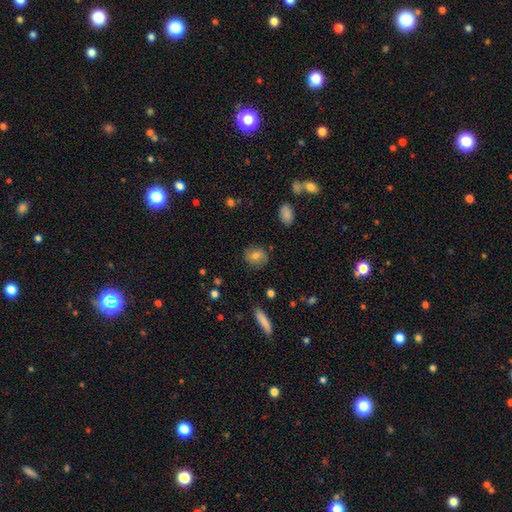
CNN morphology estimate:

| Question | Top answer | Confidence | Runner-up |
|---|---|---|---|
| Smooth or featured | smooth | 73% | featured or disk (17%) |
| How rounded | round | 64% | in between (34%) |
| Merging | none | 84% | minor disturbance (11%) |